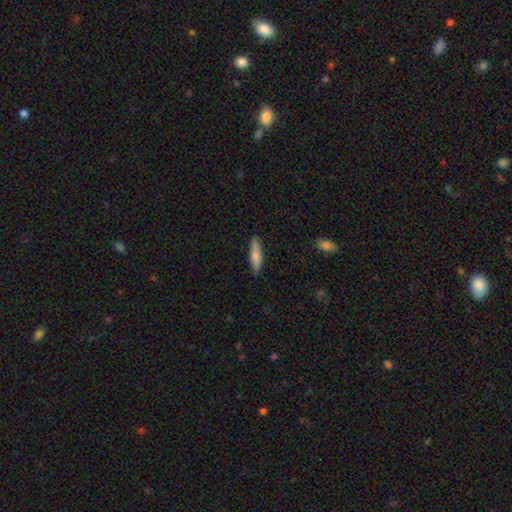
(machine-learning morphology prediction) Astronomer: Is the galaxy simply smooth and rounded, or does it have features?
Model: smooth — 77%.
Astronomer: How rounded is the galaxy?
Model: cigar-shaped — 78%.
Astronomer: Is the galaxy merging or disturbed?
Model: none — 88%.